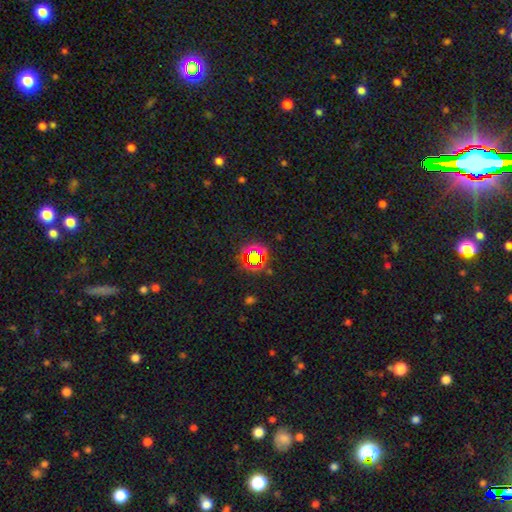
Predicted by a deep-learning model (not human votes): Morphology: type=star or artifact (69%).